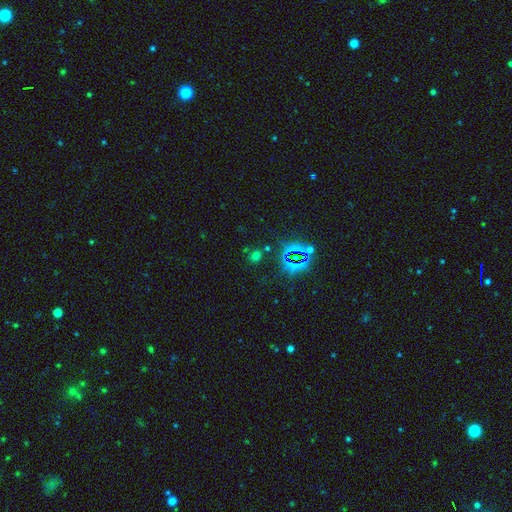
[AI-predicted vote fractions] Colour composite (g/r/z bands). It shows a star or artifact, not a galaxy (48%).